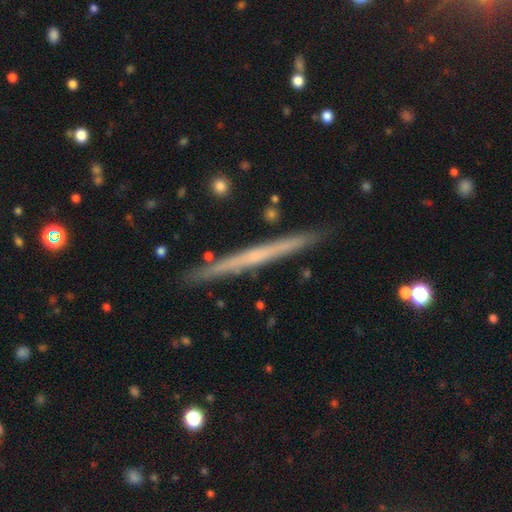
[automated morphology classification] Q: Smooth or featured?
A: featured or disk (62%); runner-up: smooth (32%)
Q: Edge-on disk?
A: yes (98%); runner-up: no (2%)
Q: Edge-on bulge?
A: none (80%); runner-up: rounded (16%)
Q: Merging?
A: none (90%); runner-up: minor disturbance (7%)